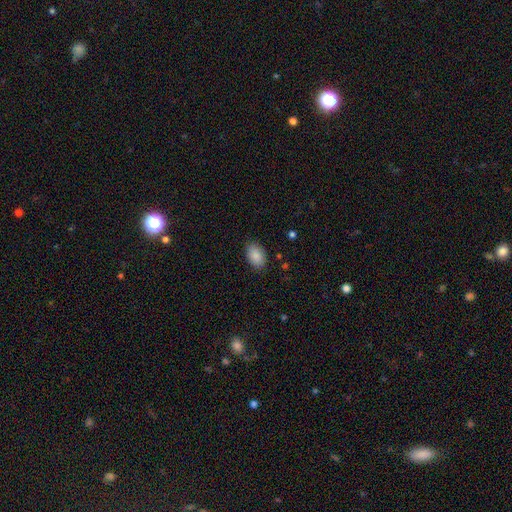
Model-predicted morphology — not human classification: This appears to be a smooth galaxy with no disk features (88%) that is in between round and cigar-shaped (89%). Merging: none (86%).